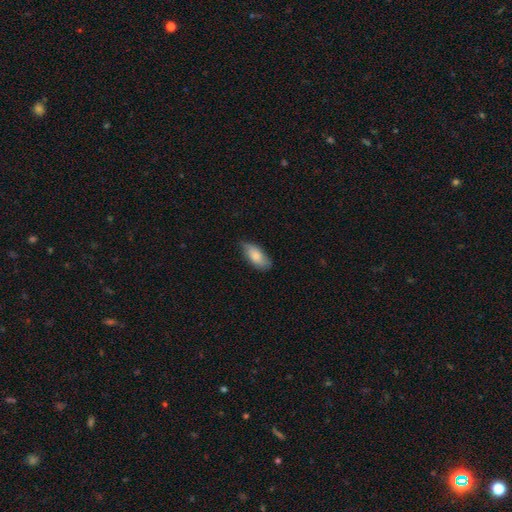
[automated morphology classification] smooth 78%, featured or disk 16%, star or artifact 6%. Down the decision tree: how rounded — in between (87%); merging — none (70%).